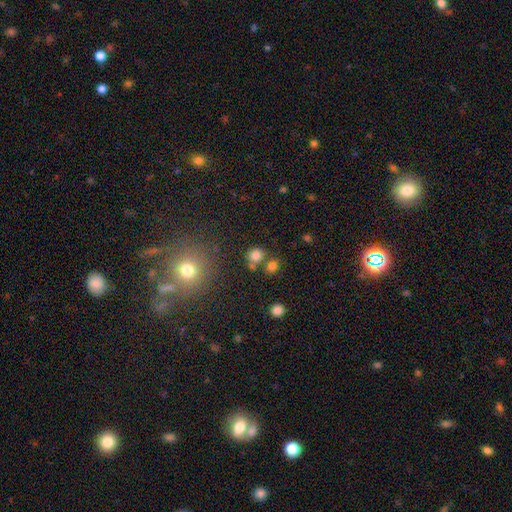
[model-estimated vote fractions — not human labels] Smooth or featured? smooth (79%)
How rounded? round (82%)
Merging? none (66%)